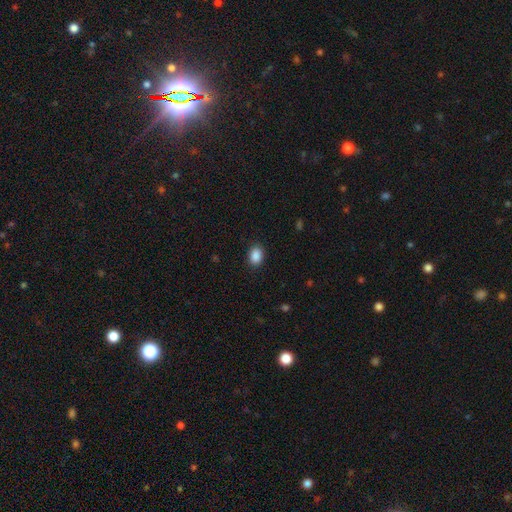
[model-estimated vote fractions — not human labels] smooth 89%, star or artifact 8%, featured or disk 3%. Down the decision tree: how rounded — in between (73%); merging — none (89%).